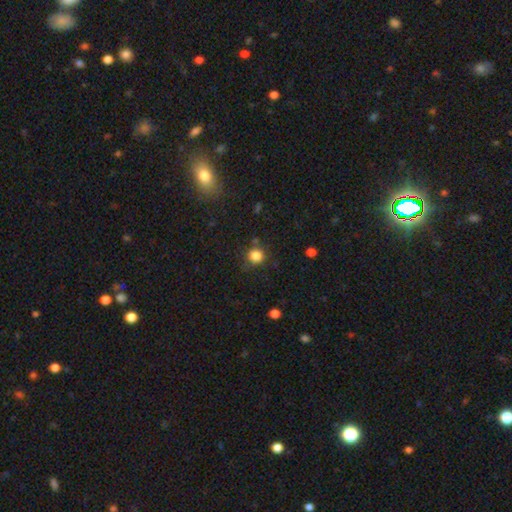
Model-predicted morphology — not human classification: A smooth galaxy with no disk features (83%) that is round (91%). Merging: none (80%).